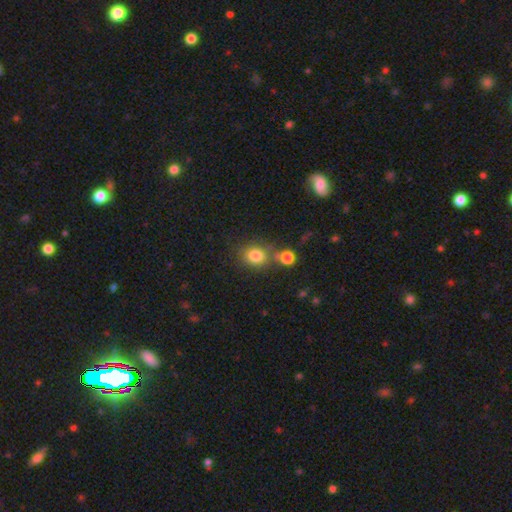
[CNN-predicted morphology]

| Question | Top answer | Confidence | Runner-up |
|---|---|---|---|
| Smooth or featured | smooth | 80% | star or artifact (12%) |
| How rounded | round | 68% | in between (31%) |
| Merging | none | 61% | merger (20%) |